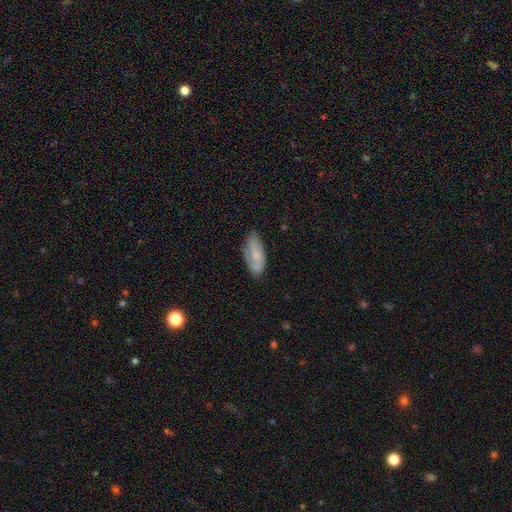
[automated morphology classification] smooth 66%, featured or disk 27%, star or artifact 7%. Down the decision tree: how rounded — in between (80%); merging — none (71%).